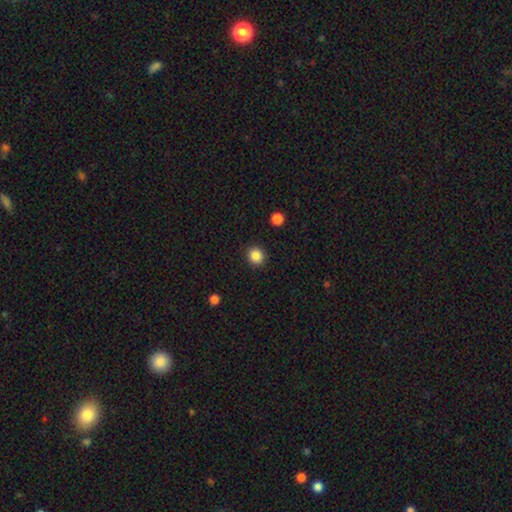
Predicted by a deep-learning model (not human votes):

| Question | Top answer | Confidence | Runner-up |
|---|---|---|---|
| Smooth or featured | smooth | 86% | star or artifact (10%) |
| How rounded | round | 90% | in between (9%) |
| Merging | none | 92% | minor disturbance (5%) |